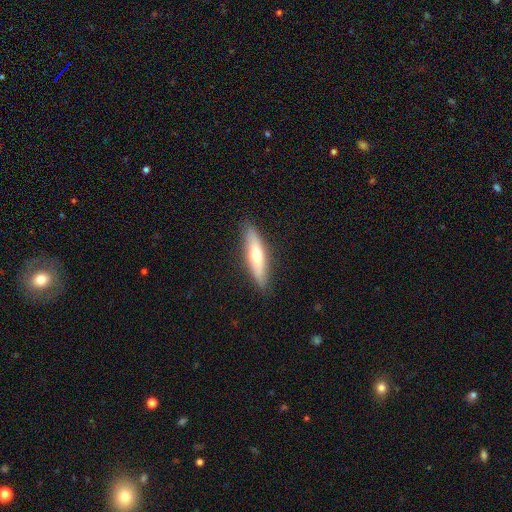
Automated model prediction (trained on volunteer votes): A smooth galaxy with no disk features (53%) that is cigar-shaped (75%). Merging: none (88%).